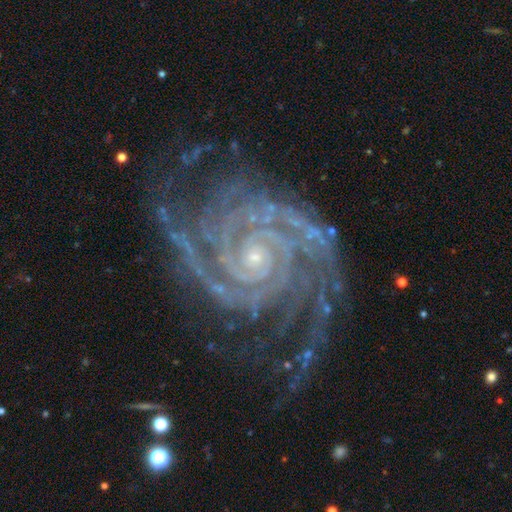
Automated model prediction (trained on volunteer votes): Q: Smooth or featured?
A: featured or disk (94%); runner-up: star or artifact (4%)
Q: Edge-on disk?
A: no (98%); runner-up: yes (2%)
Q: Bar?
A: no (68%); runner-up: weak (21%)
Q: Spiral arms?
A: yes (99%); runner-up: no (1%)
Q: Spiral winding?
A: tight (79%); runner-up: medium (18%)
Q: Spiral arm count?
A: 2 (35%); runner-up: 3 (18%)
Q: Bulge size?
A: small (81%); runner-up: moderate (15%)
Q: Merging?
A: none (70%); runner-up: minor disturbance (19%)